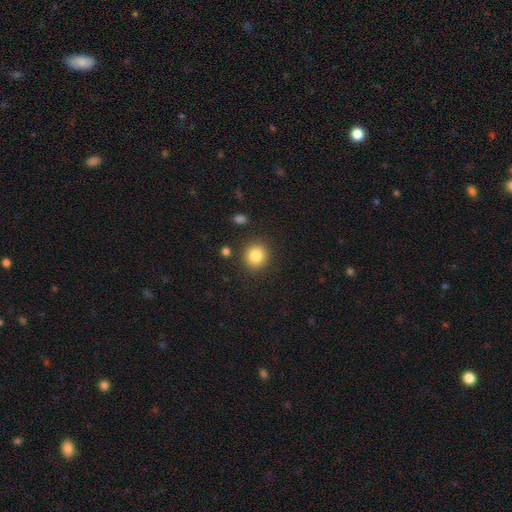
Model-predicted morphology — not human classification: A smooth galaxy with no disk features (85%) that is round (88%).

Vote fractions:
- Smooth or featured? smooth: 85% / star or artifact: 10% / featured or disk: 5%
- How rounded? round: 88% / in between: 11% / cigar-shaped: 1%
- Merging? none: 87% / minor disturbance: 7% / major disturbance: 3% / merger: 2%